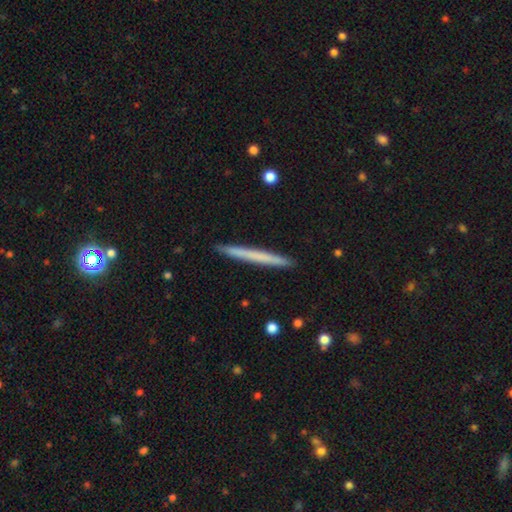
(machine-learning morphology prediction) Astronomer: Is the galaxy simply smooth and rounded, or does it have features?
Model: smooth — 61%.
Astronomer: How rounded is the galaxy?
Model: cigar-shaped — 97%.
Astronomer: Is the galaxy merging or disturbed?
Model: none — 92%.